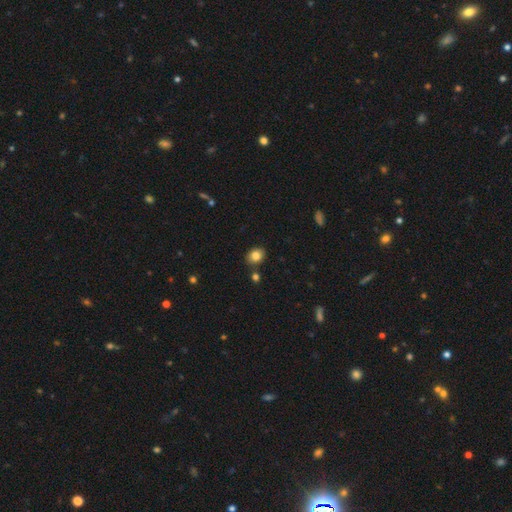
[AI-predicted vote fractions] The model was most divided on "how rounded": round: 50%, in between: 49%, cigar-shaped: 1%. More confident: smooth or featured — smooth (84%); merging — none (80%).